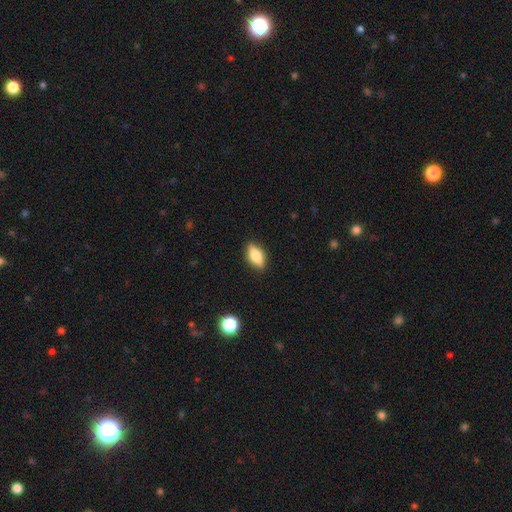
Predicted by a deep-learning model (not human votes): smooth-or-featured: smooth: 75% | featured or disk: 18% | star or artifact: 7%
  how-rounded: in between: 83% | cigar-shaped: 12% | round: 5%
  merging: none: 87% | minor disturbance: 10% | major disturbance: 2% | merger: 1%